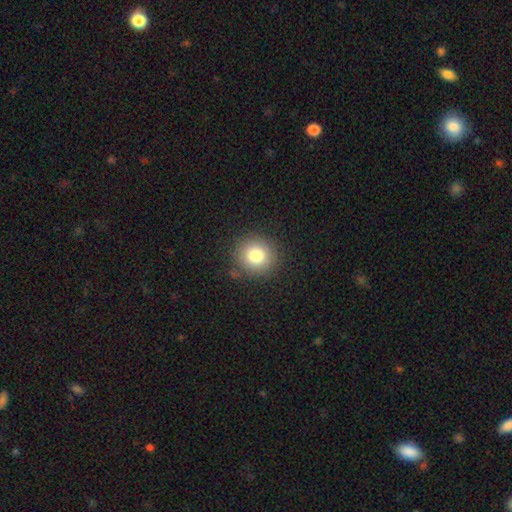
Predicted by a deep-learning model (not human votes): Q: Smooth or featured?
A: smooth (80%); runner-up: star or artifact (11%)
Q: How rounded?
A: round (88%); runner-up: in between (11%)
Q: Merging?
A: none (86%); runner-up: minor disturbance (9%)